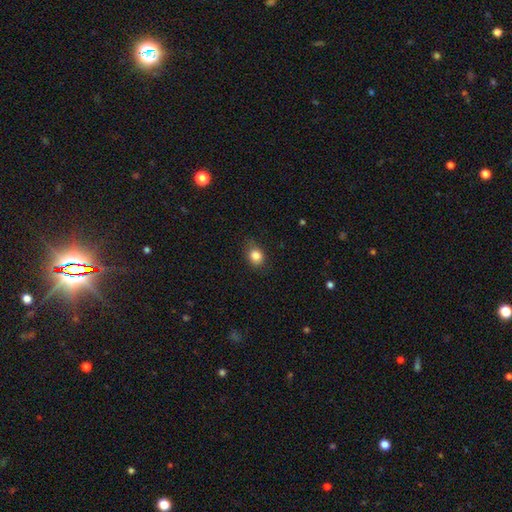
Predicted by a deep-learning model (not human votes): Morphology: type=smooth (85%); roundness=round (54%); merging=none (75%).